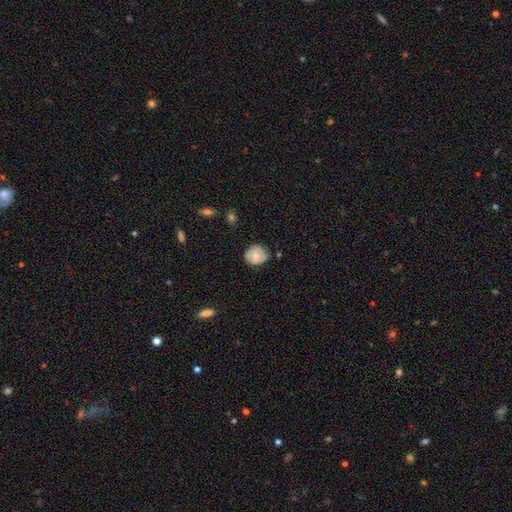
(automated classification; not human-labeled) smooth 60%, featured or disk 32%, star or artifact 7%. Down the decision tree: how rounded — round (78%); merging — none (68%).